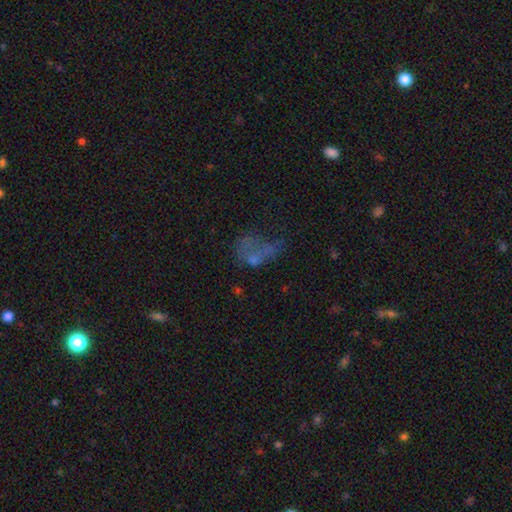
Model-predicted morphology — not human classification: Q: Smooth or featured?
A: smooth (42%); runner-up: featured or disk (35%)
Q: Merging?
A: major disturbance (41%); runner-up: none (26%)